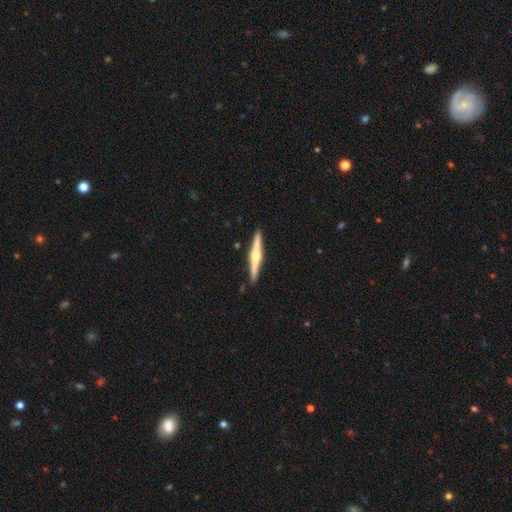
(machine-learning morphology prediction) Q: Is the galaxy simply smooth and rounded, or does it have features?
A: featured or disk — 74%.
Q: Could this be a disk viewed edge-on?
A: yes — 98%.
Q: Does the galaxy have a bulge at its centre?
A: rounded — 93%.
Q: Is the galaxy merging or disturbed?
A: none — 91%.